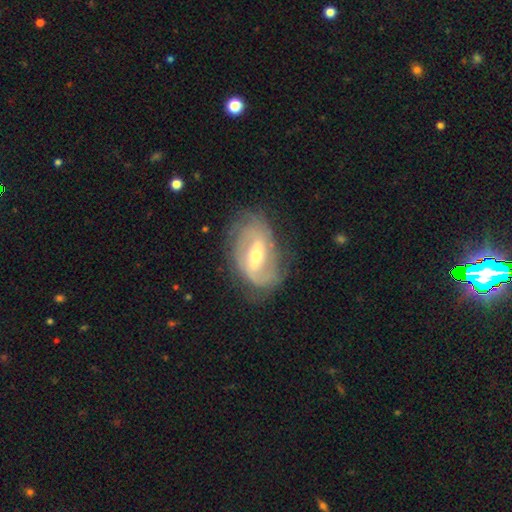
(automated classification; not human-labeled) Smooth or featured? Predicted: featured or disk (p=0.83). Edge-on disk? Predicted: no (p=0.95). Bar? Predicted: strong (p=0.43). Spiral arms? Predicted: yes (p=0.90). Spiral winding? Predicted: medium (p=0.39). Spiral arm count? Predicted: 2 (p=0.58). Bulge size? Predicted: moderate (p=0.56). Merging? Predicted: none (p=0.70).